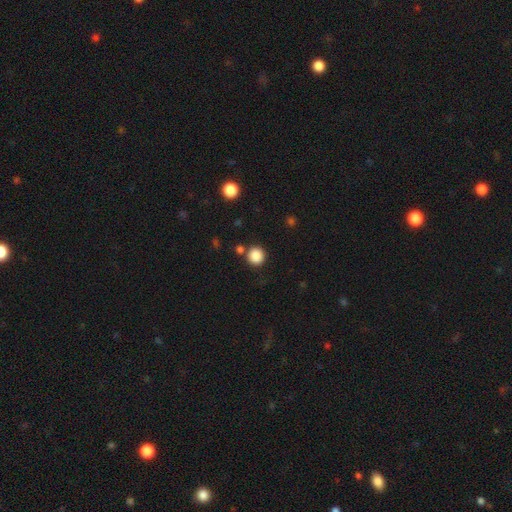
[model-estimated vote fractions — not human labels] The model was most divided on "merging": none: 81%, minor disturbance: 8%, merger: 8%, major disturbance: 3%. More confident: how rounded — round (92%); smooth or featured — smooth (87%).